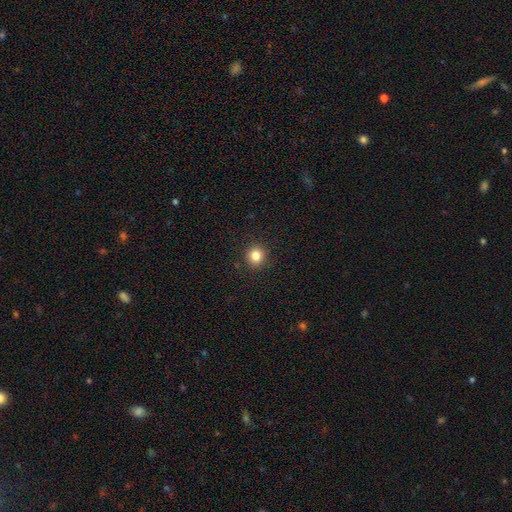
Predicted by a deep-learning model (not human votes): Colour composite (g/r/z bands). It shows a smooth galaxy with no disk features (84%) that is round (91%). Merging: none (92%).